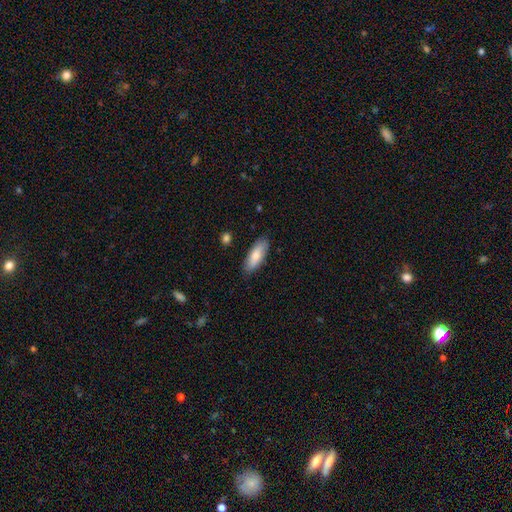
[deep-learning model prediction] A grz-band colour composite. It shows a smooth galaxy with no disk features (80%) that is in between round and cigar-shaped (69%). Merging: none (85%).